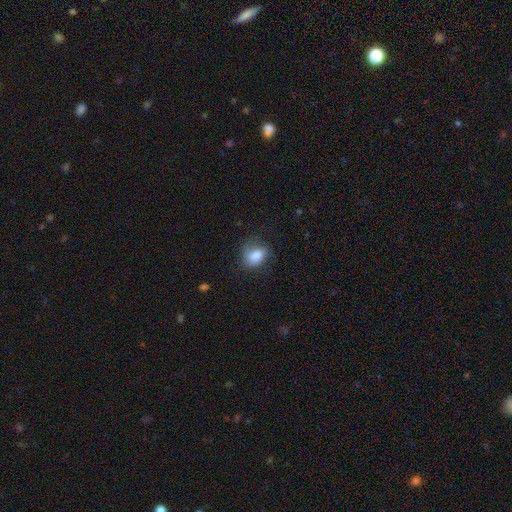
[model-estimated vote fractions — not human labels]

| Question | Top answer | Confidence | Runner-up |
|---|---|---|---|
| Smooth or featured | smooth | 79% | featured or disk (12%) |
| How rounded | in between | 66% | round (33%) |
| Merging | none | 58% | minor disturbance (27%) |